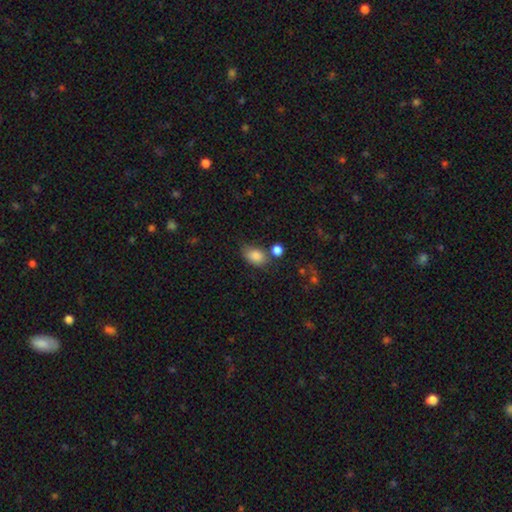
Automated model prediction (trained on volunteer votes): Overall: smooth (85%). How rounded: in between (83%). Merging: none (57%; minor disturbance 23%).